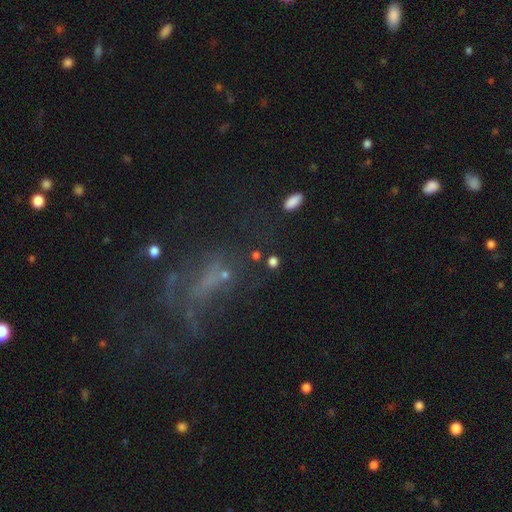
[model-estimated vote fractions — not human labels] smooth 47%, star or artifact 30%, featured or disk 23%. Down the decision tree: merging — none (55%).